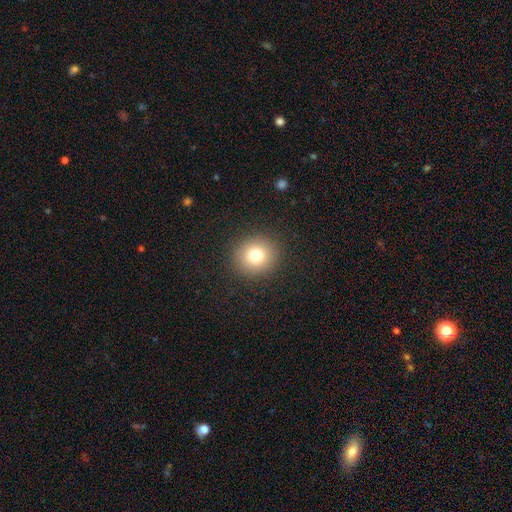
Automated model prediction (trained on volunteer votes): smooth-or-featured: smooth: 79% | star or artifact: 12% | featured or disk: 9%
  how-rounded: round: 86% | in between: 13% | cigar-shaped: 1%
  merging: none: 90% | minor disturbance: 6% | major disturbance: 3% | merger: 1%